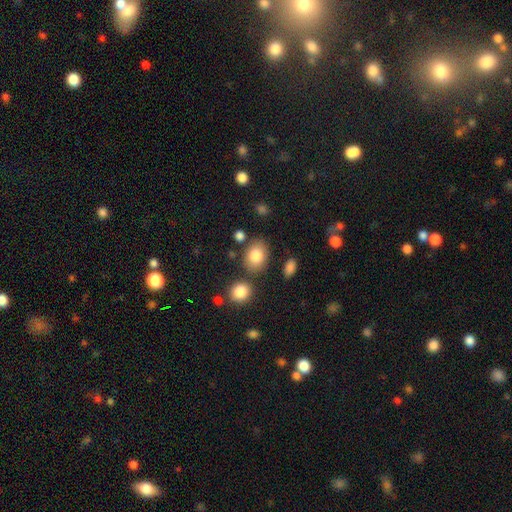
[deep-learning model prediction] Morphology: type=smooth (82%); roundness=in between (65%); merging=none (75%).